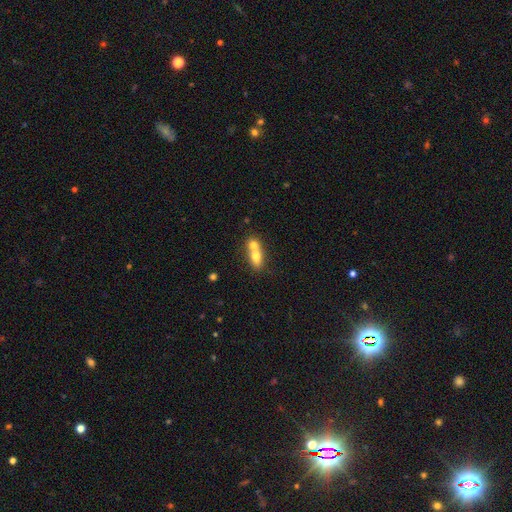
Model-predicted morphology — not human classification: smooth 71%, featured or disk 20%, star or artifact 8%. Down the decision tree: how rounded — in between (69%); merging — merger (67%).